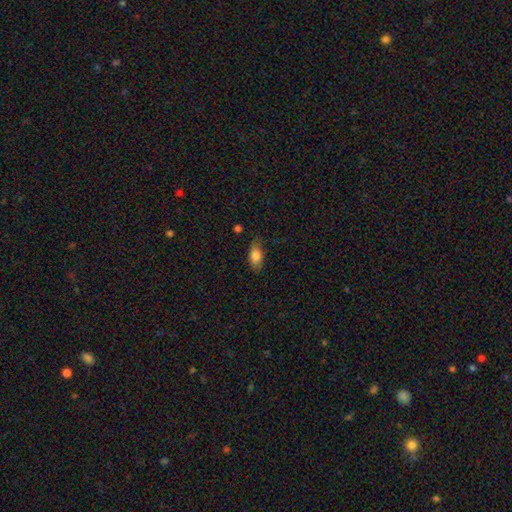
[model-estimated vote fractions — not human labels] A smooth galaxy with no disk features (82%) that is in between round and cigar-shaped (87%).

Vote fractions:
- Smooth or featured? smooth: 82% / featured or disk: 11% / star or artifact: 8%
- How rounded? in between: 87% / cigar-shaped: 8% / round: 5%
- Merging? none: 73% / minor disturbance: 20% / major disturbance: 5% / merger: 2%